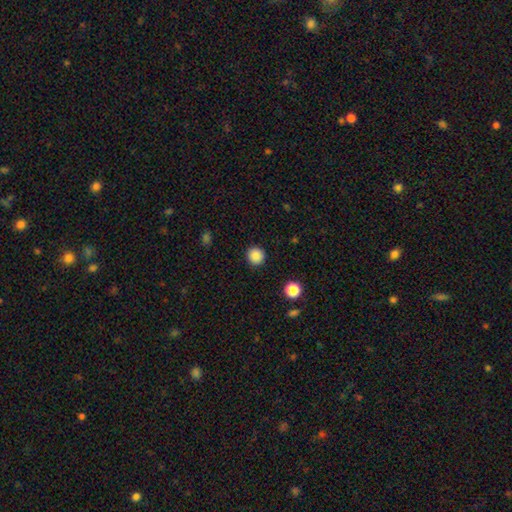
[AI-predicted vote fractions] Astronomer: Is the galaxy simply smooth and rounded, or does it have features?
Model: smooth — 87%.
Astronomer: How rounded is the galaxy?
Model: round — 94%.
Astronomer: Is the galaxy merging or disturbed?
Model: none — 92%.